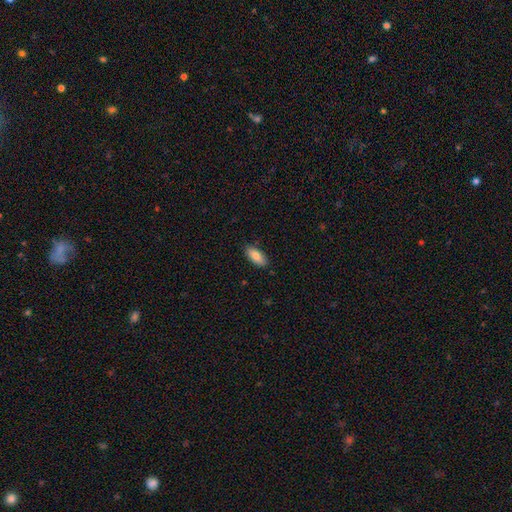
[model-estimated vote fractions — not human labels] Smooth or featured?
  - smooth: 83% *
  - featured or disk: 11%
  - star or artifact: 6%
How rounded?
  - in between: 86% *
  - cigar-shaped: 12%
  - round: 2%
Merging?
  - none: 86% *
  - minor disturbance: 11%
  - major disturbance: 2%
  - merger: 1%